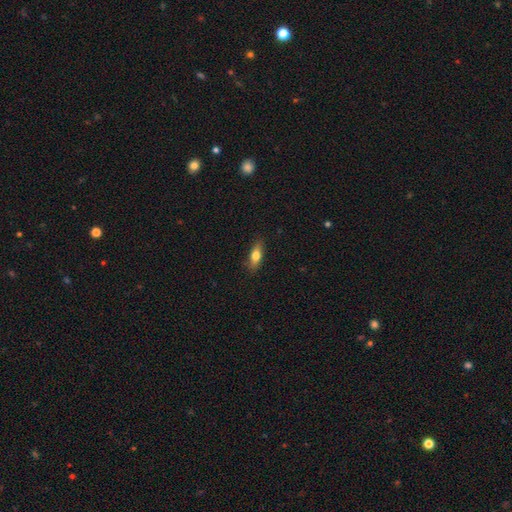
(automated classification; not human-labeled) The model was most divided on "how rounded": in between: 64%, cigar-shaped: 33%, round: 4%. More confident: merging — none (83%); smooth or featured — smooth (70%).